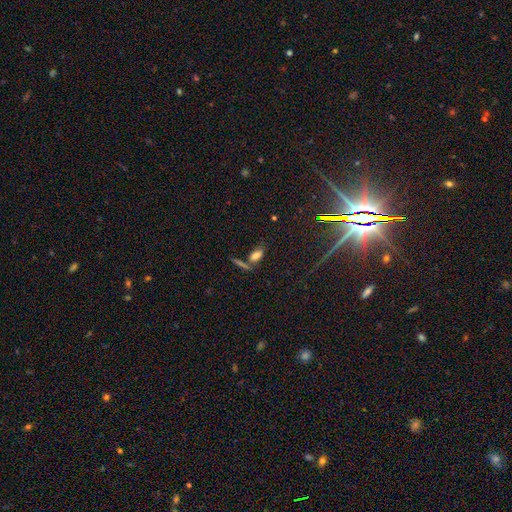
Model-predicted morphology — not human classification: This appears to be a smooth galaxy with no disk features (70%) that is in between round and cigar-shaped (78%). Merging: none (51%).